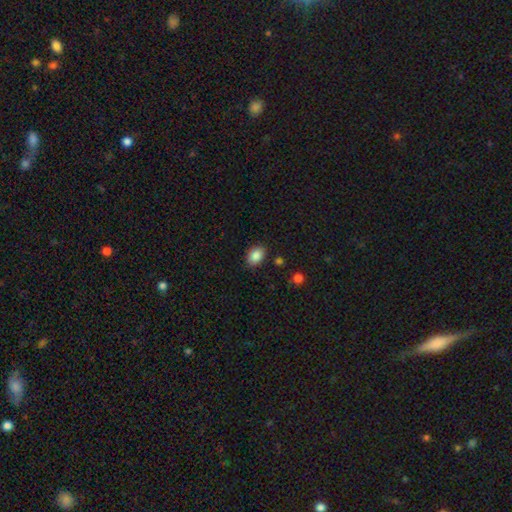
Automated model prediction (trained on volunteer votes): smooth-or-featured: smooth: 87% | star or artifact: 9% | featured or disk: 5%
  how-rounded: in between: 75% | round: 24% | cigar-shaped: 1%
  merging: none: 84% | minor disturbance: 12% | major disturbance: 3% | merger: 2%